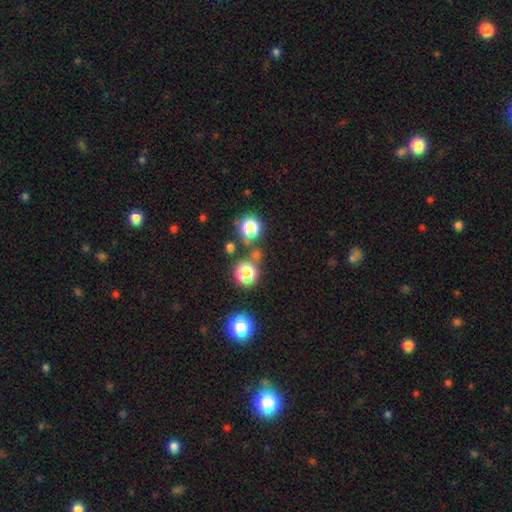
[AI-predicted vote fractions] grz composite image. It shows a smooth galaxy with no disk features (65%) that is round (92%). Merging: none (76%).